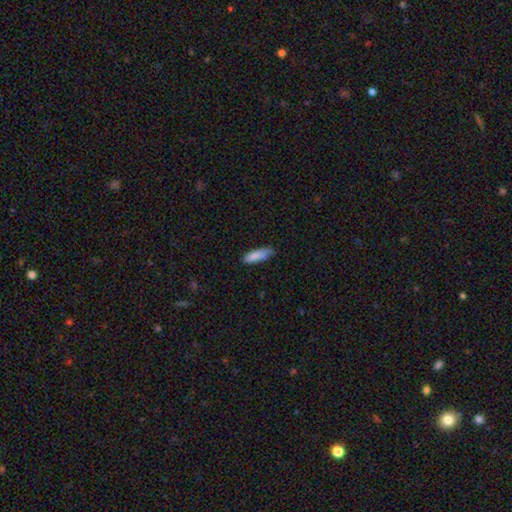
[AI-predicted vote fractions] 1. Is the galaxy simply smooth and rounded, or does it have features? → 85% smooth, 8% featured or disk, 7% star or artifact.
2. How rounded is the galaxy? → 50% cigar-shaped, 48% in between, 2% round.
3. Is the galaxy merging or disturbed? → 63% none, 30% minor disturbance, 5% major disturbance, 2% merger.